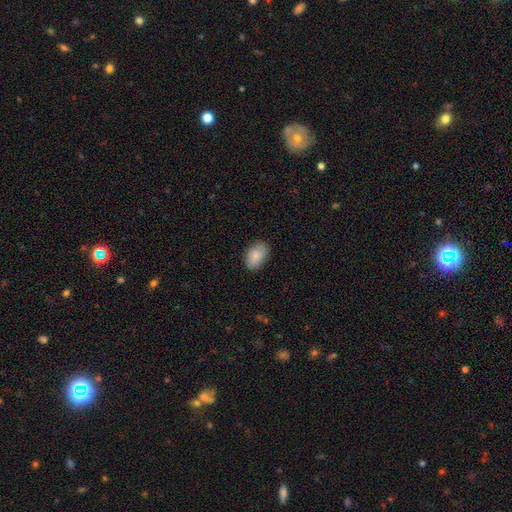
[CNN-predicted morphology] type=smooth (84%); roundness=in between (88%); merging=none (84%).